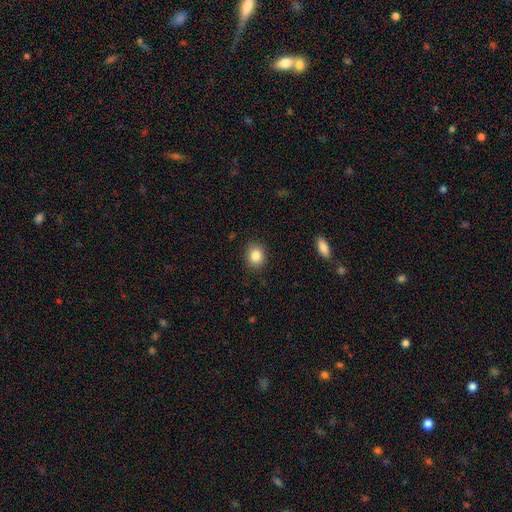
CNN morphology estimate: A smooth galaxy with no disk features (85%) that is round (62%). Merging: none (88%).